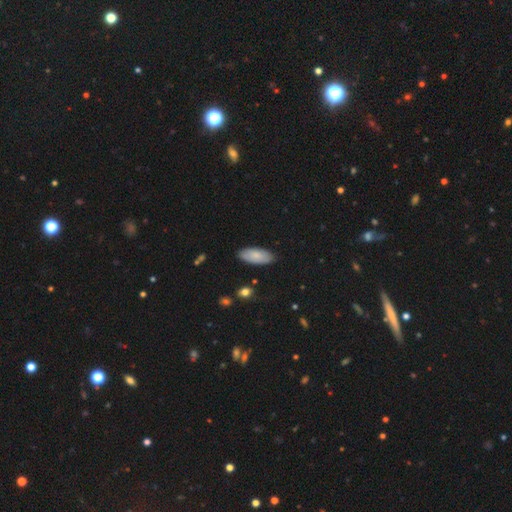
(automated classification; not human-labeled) A smooth galaxy with no disk features (82%) that is in between round and cigar-shaped (87%).

Vote fractions:
- Smooth or featured? smooth: 82% / featured or disk: 12% / star or artifact: 6%
- How rounded? in between: 87% / cigar-shaped: 11% / round: 2%
- Merging? none: 86% / minor disturbance: 11% / major disturbance: 2% / merger: 1%